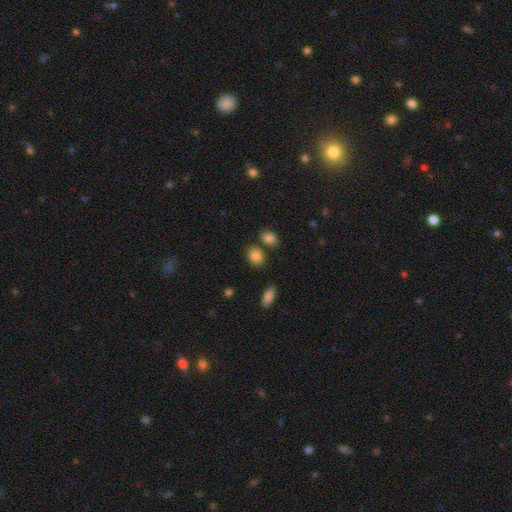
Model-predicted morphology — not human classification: Q: Smooth or featured?
A: smooth (85%); runner-up: star or artifact (9%)
Q: How rounded?
A: in between (61%); runner-up: round (38%)
Q: Merging?
A: none (74%); runner-up: minor disturbance (12%)